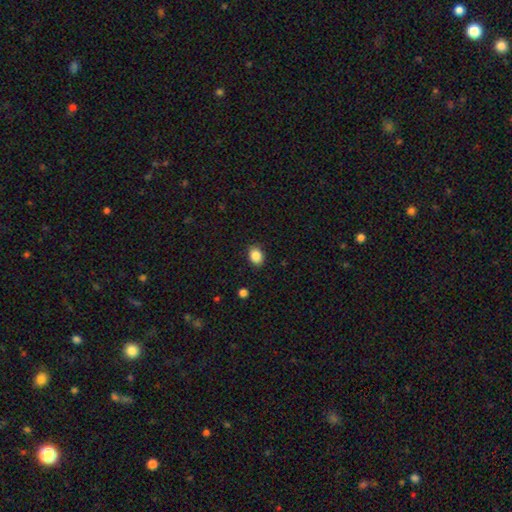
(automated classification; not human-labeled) smooth_or_featured: smooth (p=0.86) [alt: star or artifact p=0.09]
how_rounded: in between (p=0.64) [alt: round p=0.35]
merging: none (p=0.88) [alt: minor disturbance p=0.09]